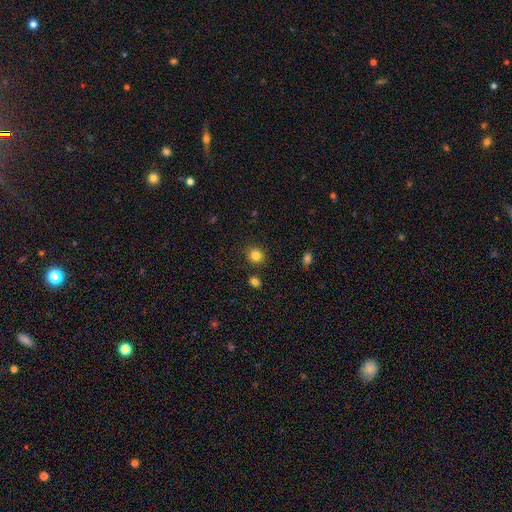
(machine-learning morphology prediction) Smooth or featured? smooth (83%)
How rounded? round (87%)
Merging? none (87%)